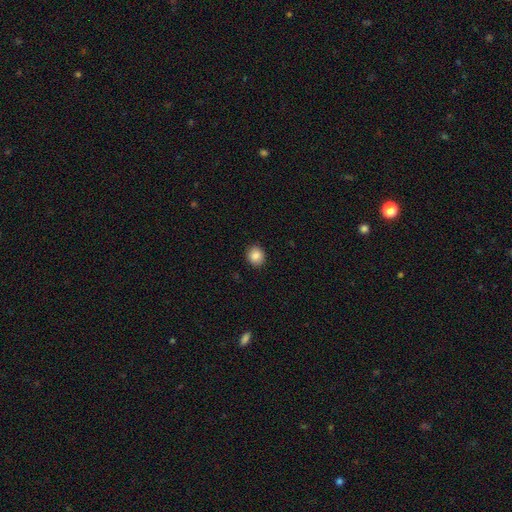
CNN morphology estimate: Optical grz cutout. It shows a smooth galaxy with no disk features (87%) that is round (77%). Merging: none (91%).